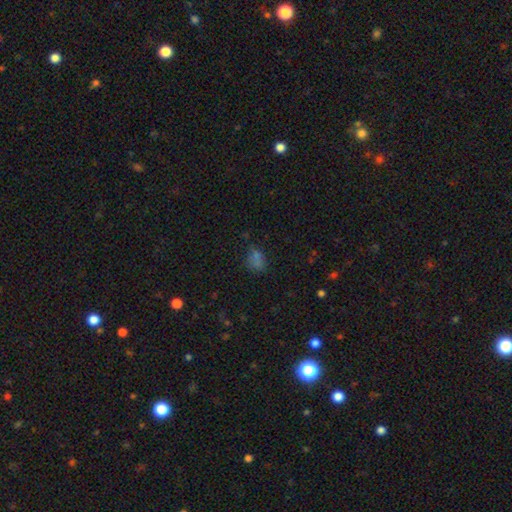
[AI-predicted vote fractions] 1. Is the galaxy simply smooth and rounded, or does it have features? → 57% smooth, 34% star or artifact, 9% featured or disk.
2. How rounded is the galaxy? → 63% in between, 33% round, 3% cigar-shaped.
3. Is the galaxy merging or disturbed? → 60% none, 20% minor disturbance, 10% major disturbance, 9% merger.